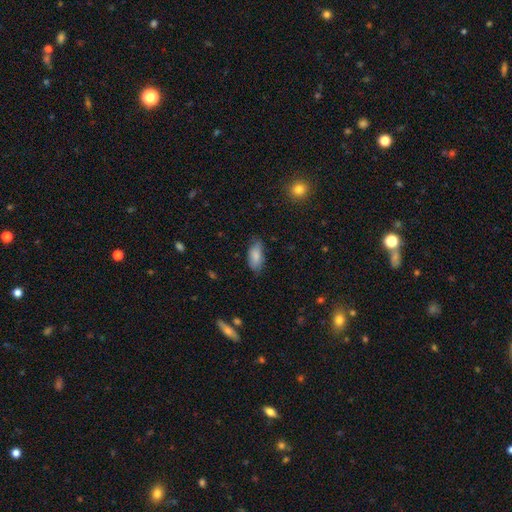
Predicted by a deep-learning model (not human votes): The model was most divided on "merging": none: 72%, minor disturbance: 22%, major disturbance: 4%, merger: 1%. More confident: how rounded — in between (86%); smooth or featured — smooth (84%).